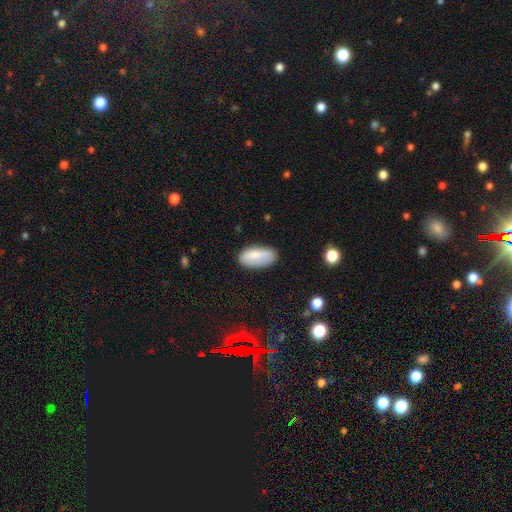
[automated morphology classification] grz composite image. It shows a smooth galaxy with no disk features (81%) that is in between round and cigar-shaped (91%). Merging: none (75%).